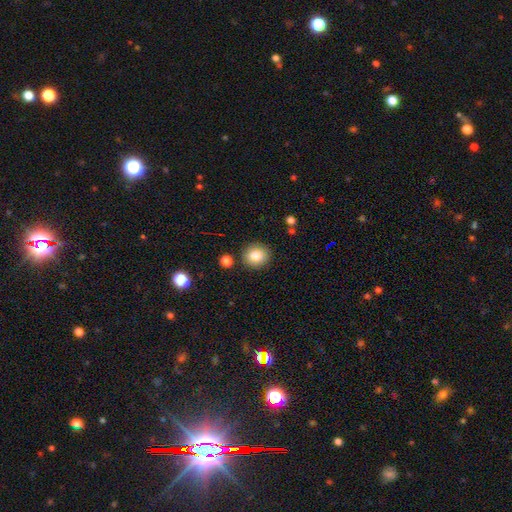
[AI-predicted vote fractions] smooth-or-featured: smooth: 84% | star or artifact: 9% | featured or disk: 7%
  how-rounded: round: 86% | in between: 14% | cigar-shaped: 1%
  merging: none: 87% | minor disturbance: 8% | merger: 3% | major disturbance: 2%